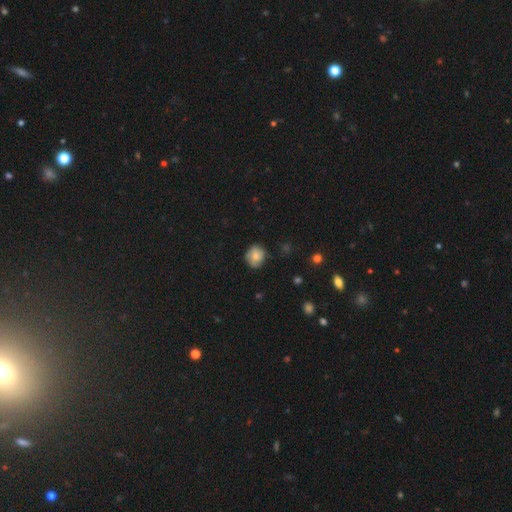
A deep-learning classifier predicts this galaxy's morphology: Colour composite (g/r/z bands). It shows a smooth galaxy with no disk features (66%) that is round (75%). Merging: none (71%).